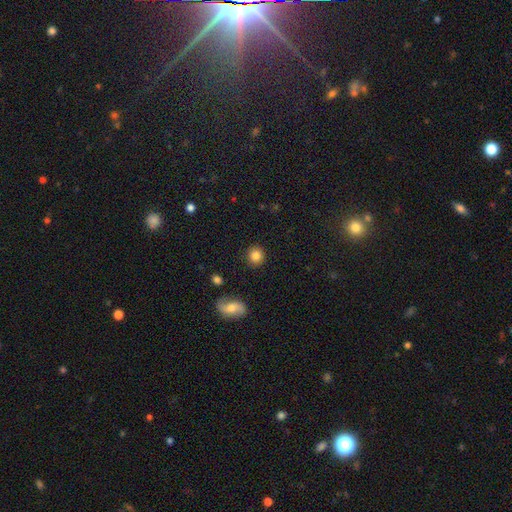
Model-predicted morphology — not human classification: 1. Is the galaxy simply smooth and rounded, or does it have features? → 84% smooth, 9% star or artifact, 7% featured or disk.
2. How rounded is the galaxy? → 90% round, 9% in between, 1% cigar-shaped.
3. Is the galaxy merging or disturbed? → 90% none, 6% minor disturbance, 2% major disturbance, 2% merger.